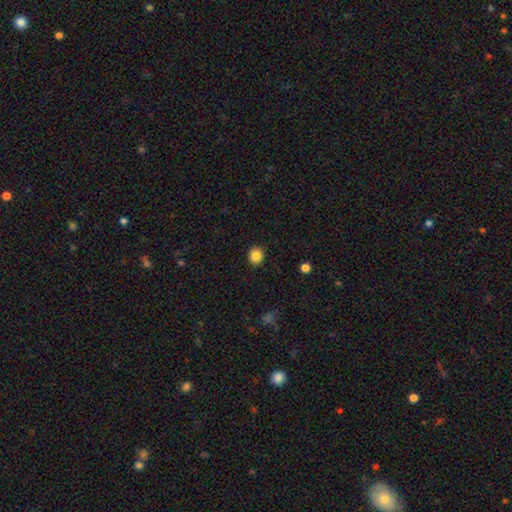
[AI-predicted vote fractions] Smooth or featured?
  - smooth: 85% *
  - star or artifact: 10%
  - featured or disk: 5%
How rounded?
  - round: 76% *
  - in between: 23%
  - cigar-shaped: 1%
Merging?
  - none: 91% *
  - minor disturbance: 6%
  - major disturbance: 2%
  - merger: 1%